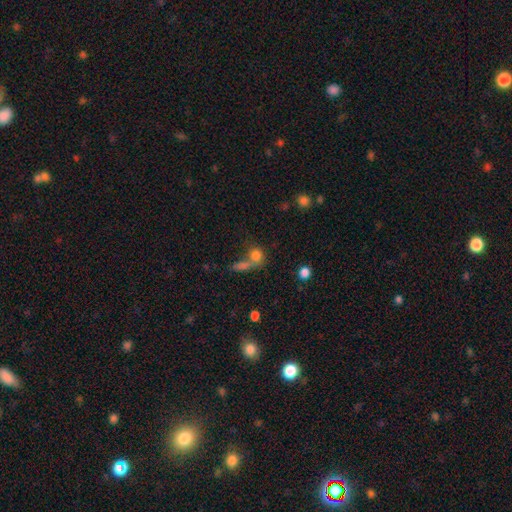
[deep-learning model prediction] This appears to be a smooth galaxy with no disk features (78%) that is round (68%). Merging: merger (45%).